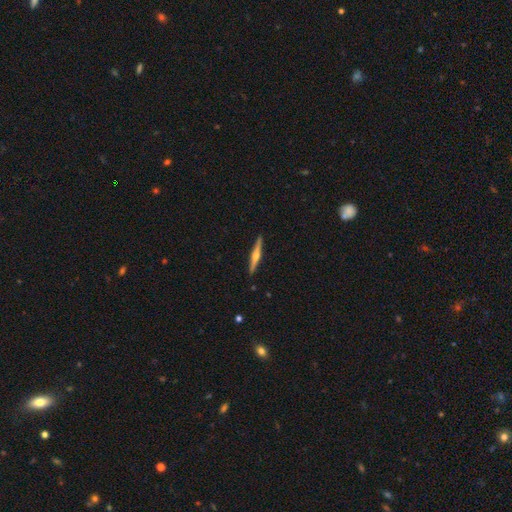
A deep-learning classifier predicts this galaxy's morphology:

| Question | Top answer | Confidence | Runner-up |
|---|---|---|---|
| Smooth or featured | featured or disk | 74% | smooth (21%) |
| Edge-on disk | yes | 98% | no (2%) |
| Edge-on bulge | rounded | 87% | boxy (8%) |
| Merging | none | 92% | minor disturbance (6%) |